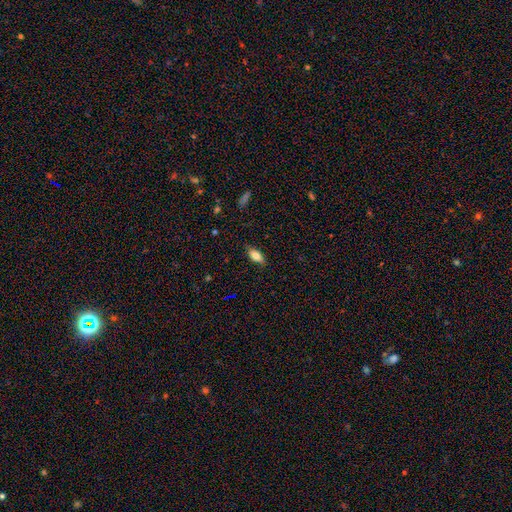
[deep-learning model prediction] Q: Smooth or featured?
A: smooth (78%); runner-up: featured or disk (14%)
Q: How rounded?
A: in between (86%); runner-up: cigar-shaped (11%)
Q: Merging?
A: none (84%); runner-up: minor disturbance (13%)